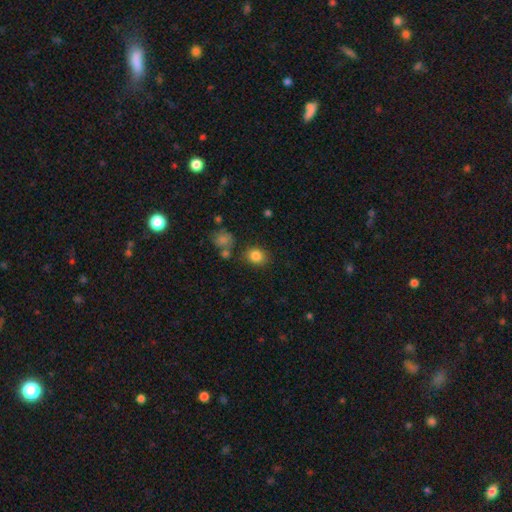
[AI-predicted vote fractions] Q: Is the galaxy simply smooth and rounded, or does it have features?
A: smooth — 84%.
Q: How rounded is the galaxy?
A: round — 67%.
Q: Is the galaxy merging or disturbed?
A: none — 79%.